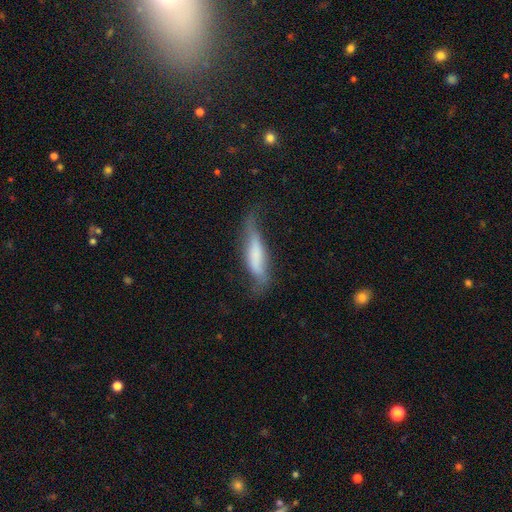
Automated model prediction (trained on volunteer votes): Overall: smooth (56%; featured or disk 36%). How rounded: cigar-shaped (74%). Merging: none (44%; minor disturbance 34%).